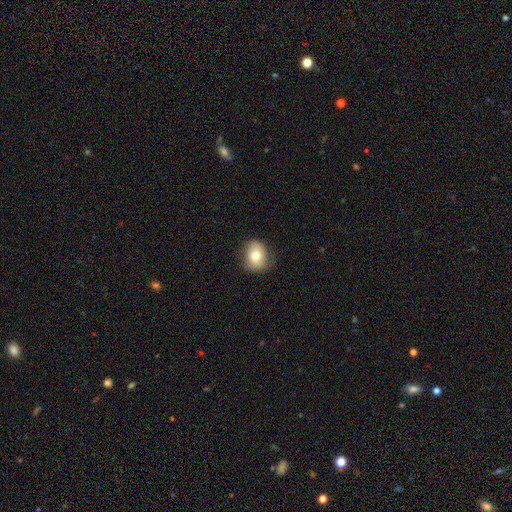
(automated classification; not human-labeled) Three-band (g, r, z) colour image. It shows a smooth galaxy with no disk features (74%) that is round (56%). Merging: none (74%).